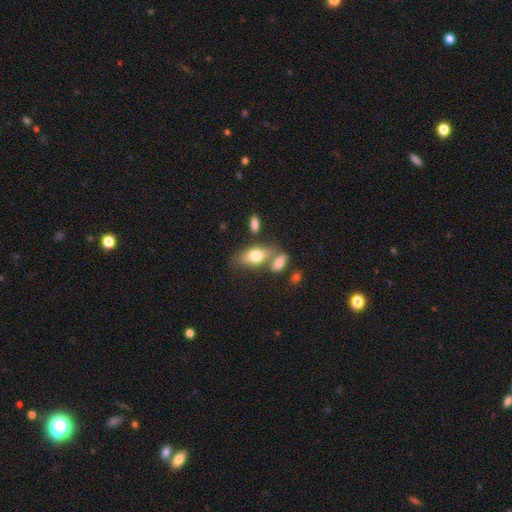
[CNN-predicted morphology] type=smooth (73%); roundness=in between (86%); merging=none (50%).